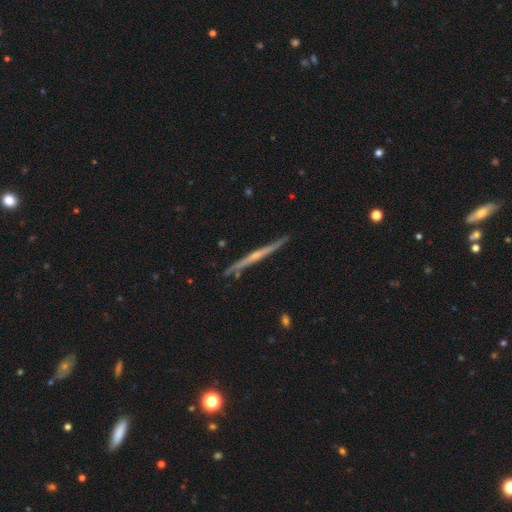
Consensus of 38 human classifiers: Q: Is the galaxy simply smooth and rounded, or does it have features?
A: featured or disk — 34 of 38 (89%).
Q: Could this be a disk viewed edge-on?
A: yes — 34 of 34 (100%).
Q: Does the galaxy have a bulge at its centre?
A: rounded — 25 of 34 (74%).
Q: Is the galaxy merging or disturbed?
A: none — 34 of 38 (89%).